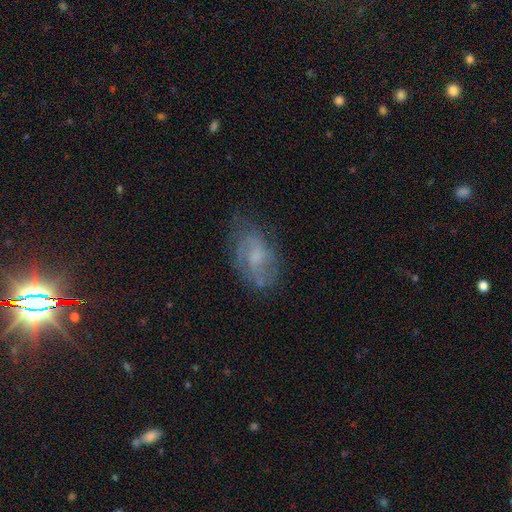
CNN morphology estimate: type=featured or disk (59%); edge-on=no (94%); bar=no (57%); spiral arms=yes (79%); bulge=moderate (37%); merging=none (67%).